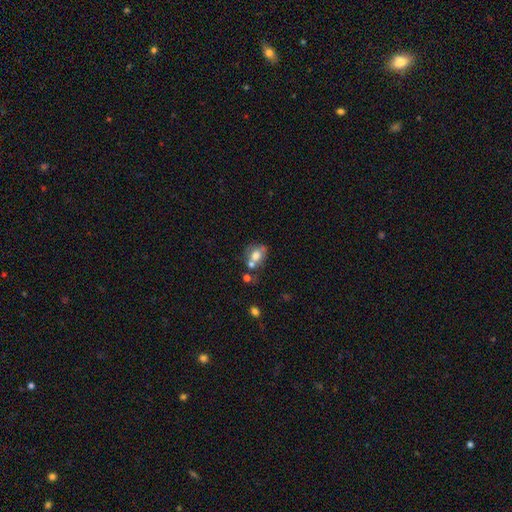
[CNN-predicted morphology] This appears to be a smooth galaxy with no disk features (63%) that is in between round and cigar-shaped (53%). Merging: merger (37%).